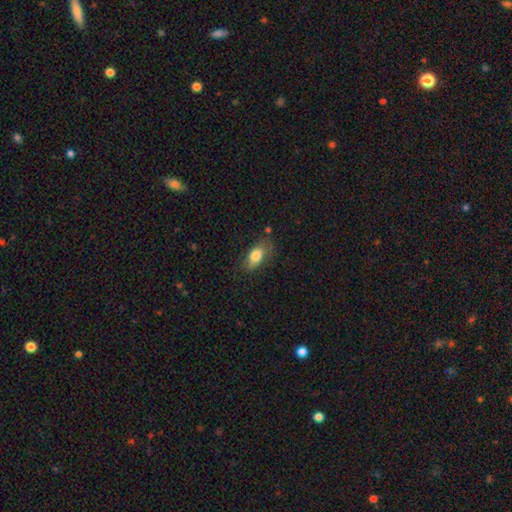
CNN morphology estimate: smooth_or_featured: smooth (p=0.78) [alt: featured or disk p=0.15]
how_rounded: in between (p=0.87) [alt: cigar-shaped p=0.07]
merging: none (p=0.62) [alt: minor disturbance p=0.26]